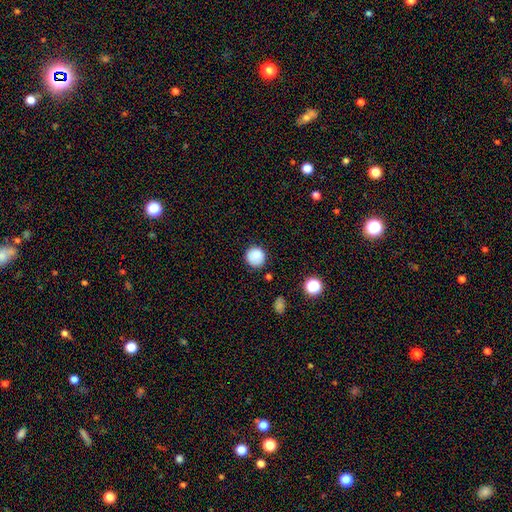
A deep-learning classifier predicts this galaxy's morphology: smooth 83%, star or artifact 10%, featured or disk 7%. Down the decision tree: how rounded — round (94%); merging — none (84%).